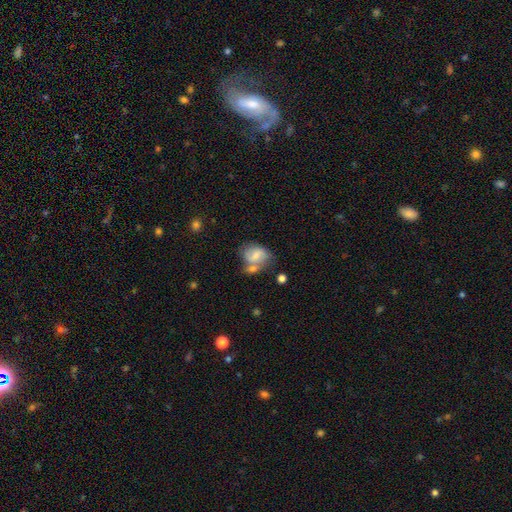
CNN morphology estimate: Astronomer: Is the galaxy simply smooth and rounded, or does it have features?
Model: smooth — 60%.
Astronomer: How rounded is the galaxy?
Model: in between — 67%.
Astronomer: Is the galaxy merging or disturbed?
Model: merger — 35% (runner-up: none, 34%).